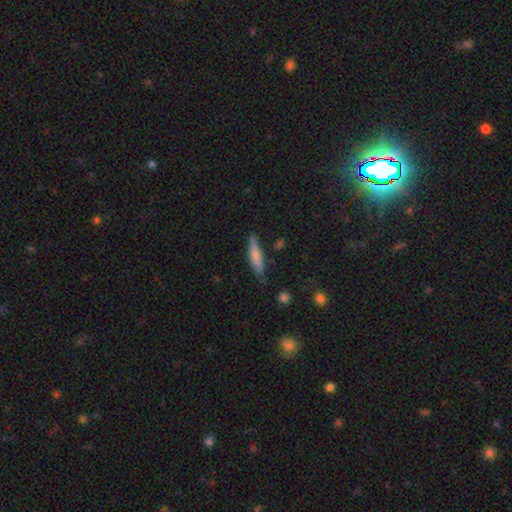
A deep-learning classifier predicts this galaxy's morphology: smooth_or_featured: smooth (p=0.64) [alt: featured or disk p=0.29]
how_rounded: cigar-shaped (p=0.84) [alt: in between p=0.14]
merging: none (p=0.78) [alt: minor disturbance p=0.16]